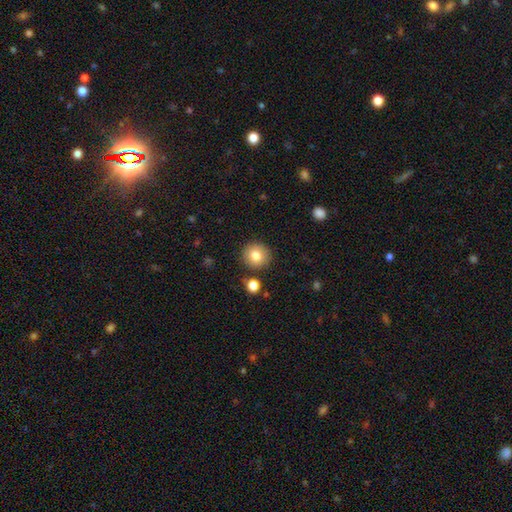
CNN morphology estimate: Smooth or featured? Predicted: smooth (p=0.81). How rounded? Predicted: round (p=0.92). Merging? Predicted: none (p=0.87).